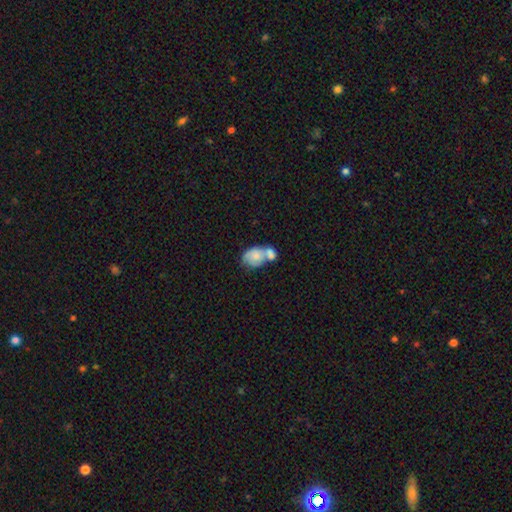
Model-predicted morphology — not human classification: Q: Smooth or featured?
A: smooth (62%); runner-up: featured or disk (31%)
Q: How rounded?
A: in between (76%); runner-up: round (23%)
Q: Merging?
A: merger (66%); runner-up: none (16%)